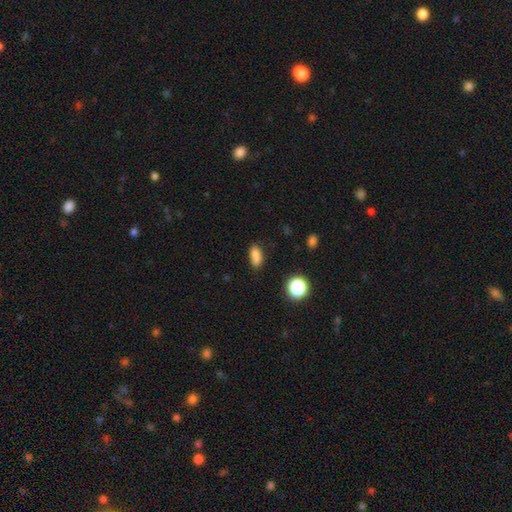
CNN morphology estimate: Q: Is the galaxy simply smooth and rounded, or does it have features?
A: smooth — 80%.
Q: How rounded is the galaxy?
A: in between — 80%.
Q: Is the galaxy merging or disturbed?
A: none — 66%.